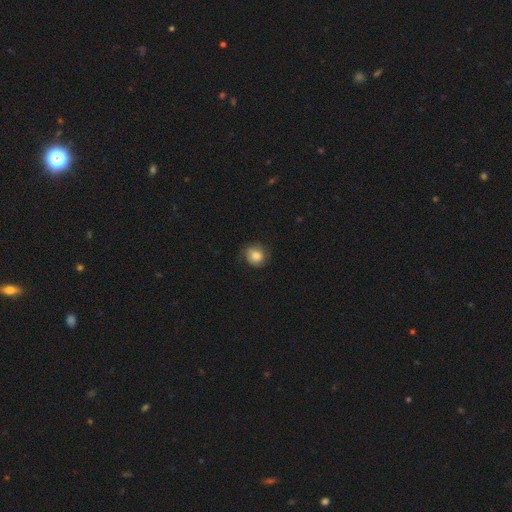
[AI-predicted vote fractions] smooth-or-featured: smooth: 79% | featured or disk: 13% | star or artifact: 8%
  how-rounded: round: 75% | in between: 24% | cigar-shaped: 1%
  merging: none: 72% | minor disturbance: 20% | major disturbance: 6% | merger: 1%